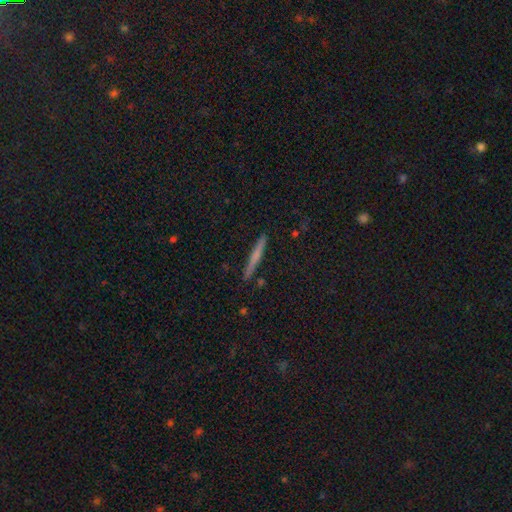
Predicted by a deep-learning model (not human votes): This appears to be a smooth galaxy with no disk features (56%) that is cigar-shaped (96%). Merging: none (90%).